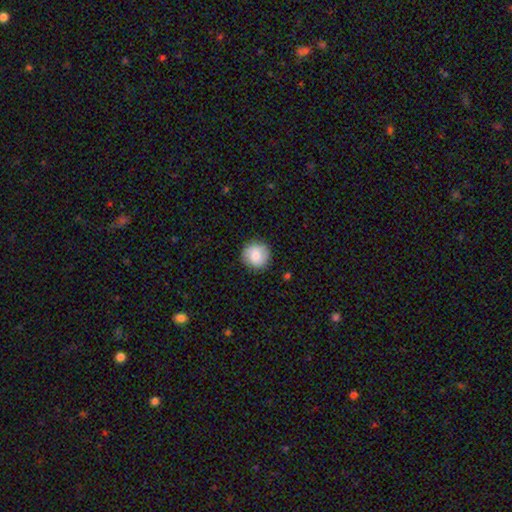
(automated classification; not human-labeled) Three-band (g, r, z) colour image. It shows a smooth galaxy with no disk features (76%) that is round (93%). Merging: none (87%).